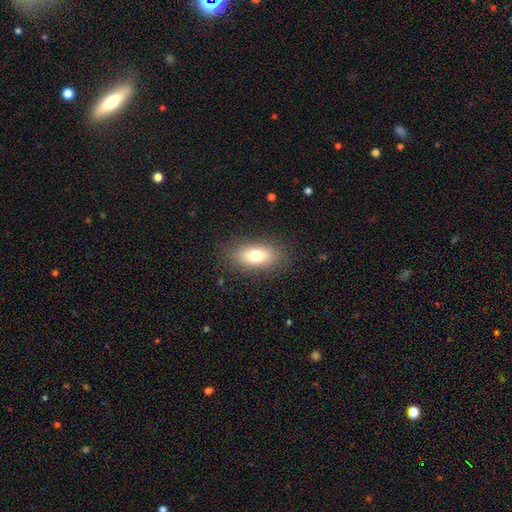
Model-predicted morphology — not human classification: A smooth galaxy with no disk features (75%) that is in between round and cigar-shaped (87%).

Vote fractions:
- Smooth or featured? smooth: 75% / featured or disk: 16% / star or artifact: 9%
- How rounded? in between: 87% / cigar-shaped: 7% / round: 6%
- Merging? none: 85% / minor disturbance: 10% / major disturbance: 4% / merger: 1%